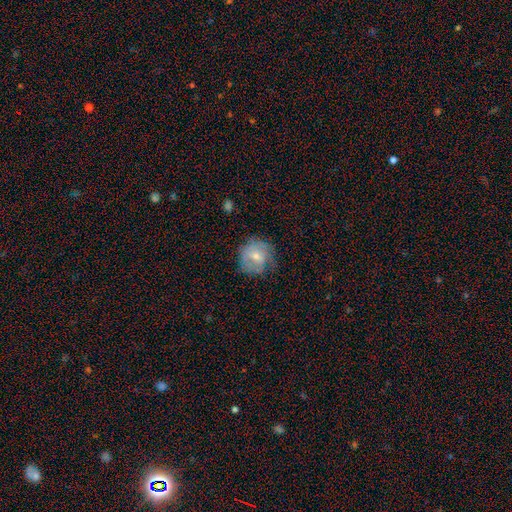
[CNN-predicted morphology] Smooth or featured? smooth (51%)
How rounded? round (85%)
Merging? none (62%)